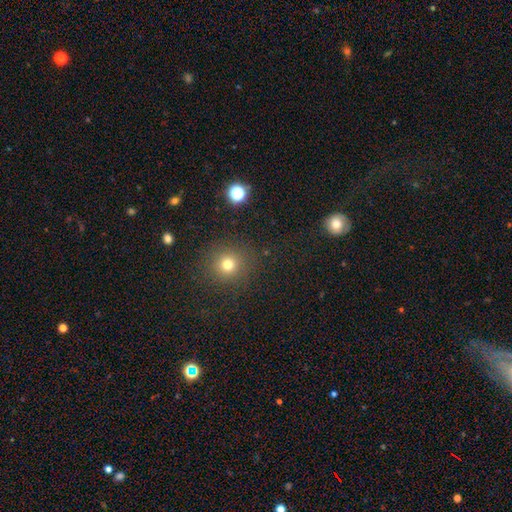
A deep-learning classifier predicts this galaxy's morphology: Smooth or featured? smooth (56%)
How rounded? round (91%)
Merging? none (82%)